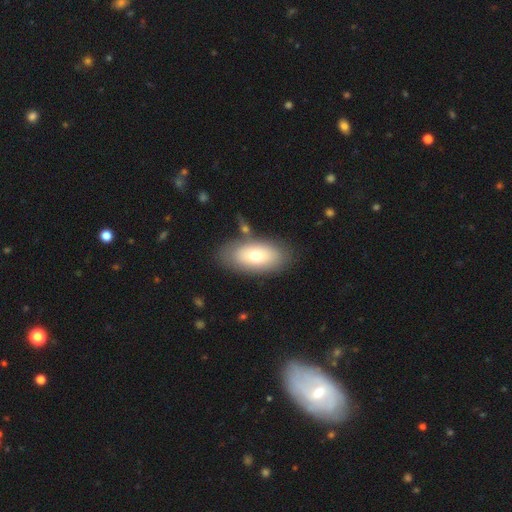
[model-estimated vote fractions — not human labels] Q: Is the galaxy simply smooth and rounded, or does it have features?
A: smooth — 70%.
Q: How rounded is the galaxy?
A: in between — 92%.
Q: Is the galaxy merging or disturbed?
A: none — 77%.